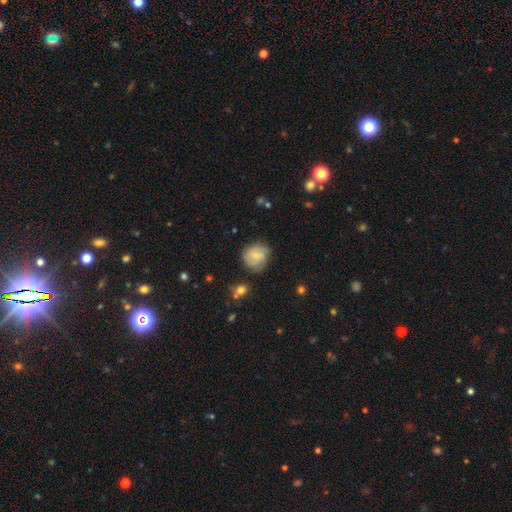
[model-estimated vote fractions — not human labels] This is possibly a smooth galaxy (56%). How rounded: likely round (79%). Merging: likely none (69%).